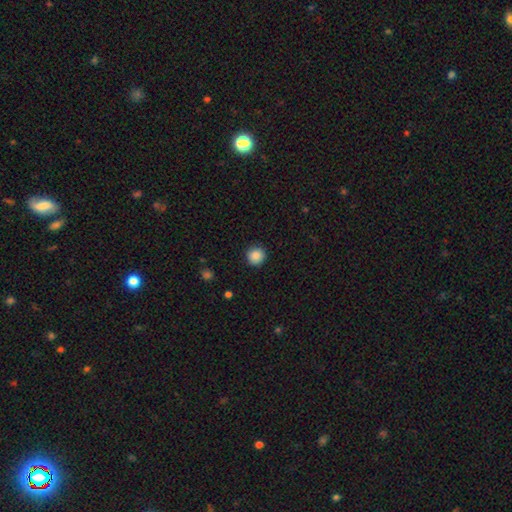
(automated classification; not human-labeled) The model was most divided on "smooth or featured": smooth: 88%, star or artifact: 9%, featured or disk: 3%. More confident: how rounded — round (93%); merging — none (90%).